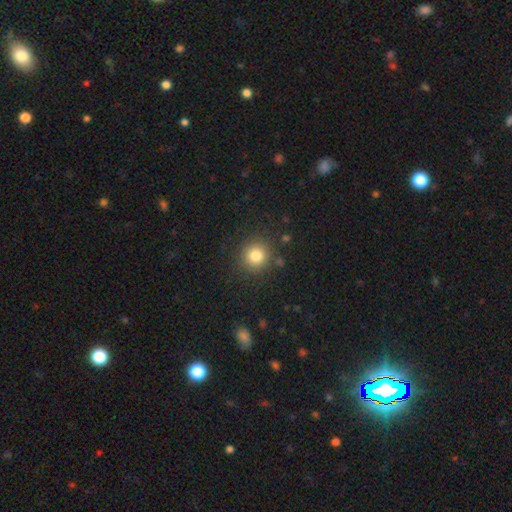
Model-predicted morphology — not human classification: The model was most divided on "smooth or featured": smooth: 81%, star or artifact: 12%, featured or disk: 7%. More confident: how rounded — round (92%); merging — none (87%).